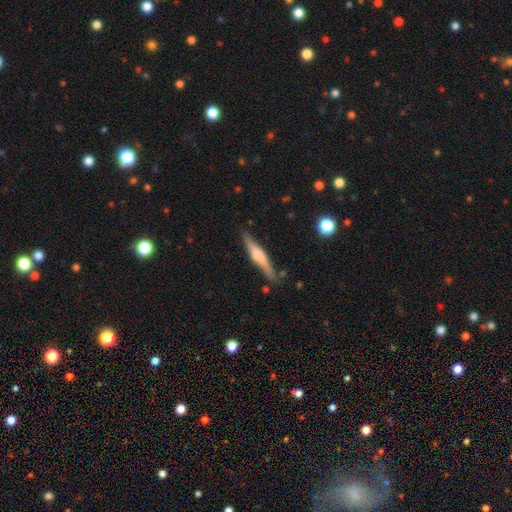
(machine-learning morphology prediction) This appears to be a featured or disk galaxy (55%) viewed edge-on (96%) with a rounded central bulge (59%). Merging: none (81%).